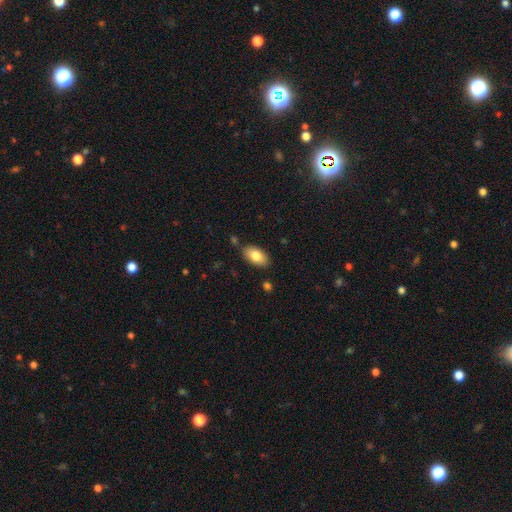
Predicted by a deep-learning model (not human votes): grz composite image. It shows a smooth galaxy with no disk features (83%) that is in between round and cigar-shaped (94%). Merging: none (83%).